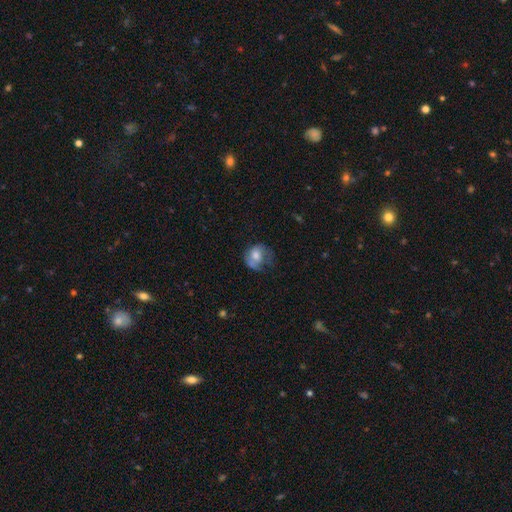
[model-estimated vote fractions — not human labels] The model was most divided on "merging" (2-way tie): none: 32%, major disturbance: 32%, minor disturbance: 29%, merger: 6%. More confident: how rounded — round (60%); smooth or featured — smooth (60%).